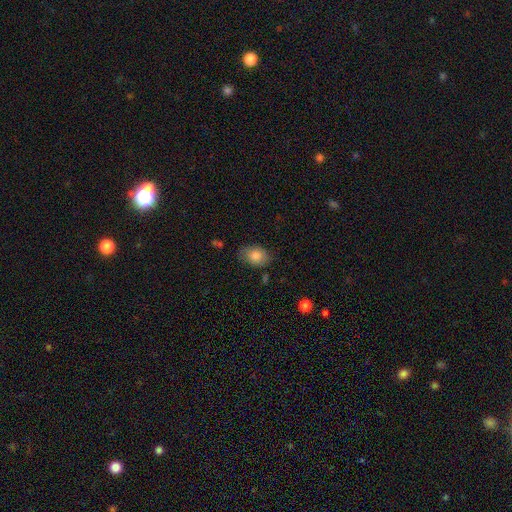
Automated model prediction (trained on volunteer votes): This appears to be a smooth galaxy with no disk features (82%) that is in between round and cigar-shaped (77%). Merging: none (74%).